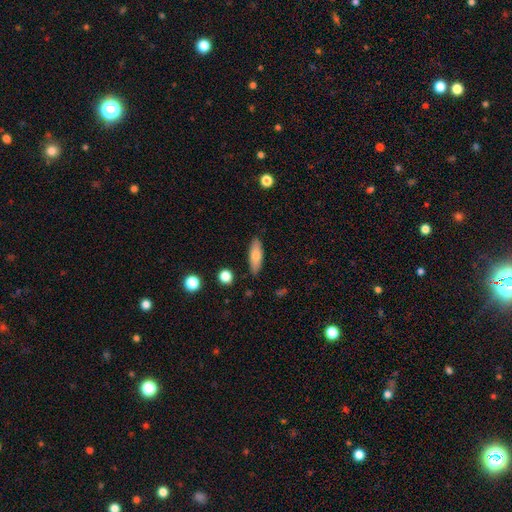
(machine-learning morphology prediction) smooth-or-featured: smooth: 73% | featured or disk: 20% | star or artifact: 7%
  how-rounded: in between: 54% | cigar-shaped: 44% | round: 3%
  merging: none: 86% | minor disturbance: 10% | major disturbance: 2% | merger: 2%